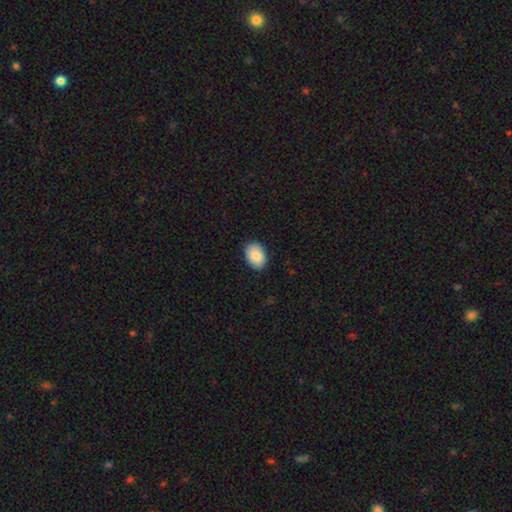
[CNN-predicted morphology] smooth_or_featured: smooth (p=0.88) [alt: star or artifact p=0.06]
how_rounded: in between (p=0.83) [alt: round p=0.16]
merging: none (p=0.87) [alt: minor disturbance p=0.10]